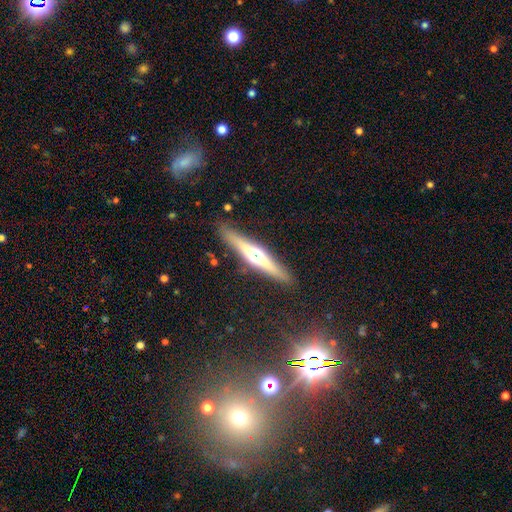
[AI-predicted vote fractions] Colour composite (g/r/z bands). It shows a featured or disk galaxy (62%) viewed edge-on (94%) with a rounded central bulge (89%). Merging: none (87%).